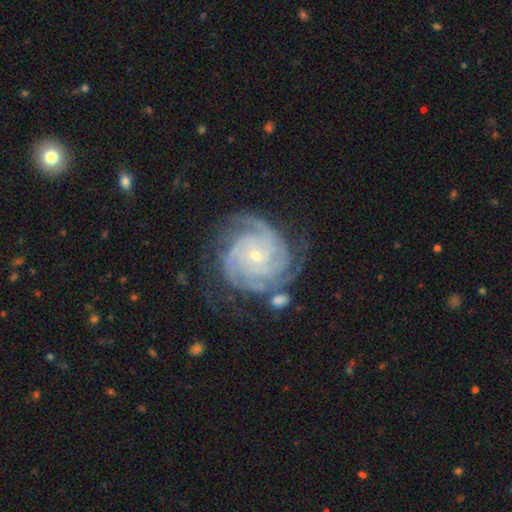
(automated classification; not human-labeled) Smooth or featured? Predicted: featured or disk (p=0.91). Edge-on disk? Predicted: no (p=0.98). Bar? Predicted: no (p=0.74). Spiral arms? Predicted: yes (p=0.98). Spiral winding? Predicted: tight (p=0.76). Spiral arm count? Predicted: 4 (p=0.40). Bulge size? Predicted: small (p=0.81). Merging? Predicted: none (p=0.70).